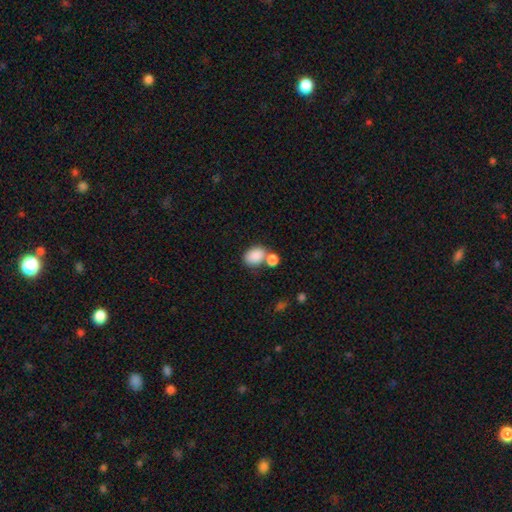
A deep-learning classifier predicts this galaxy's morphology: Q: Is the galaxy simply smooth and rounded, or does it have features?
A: smooth — 86%.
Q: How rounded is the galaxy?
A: in between — 74%.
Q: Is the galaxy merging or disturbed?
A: none — 48%.